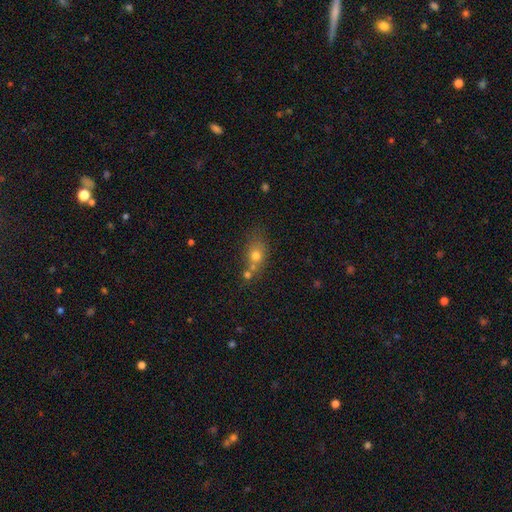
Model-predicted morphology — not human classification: Overall: smooth (65%). How rounded: round (50%; in between 47%). Merging: none (46%; merger 35%).